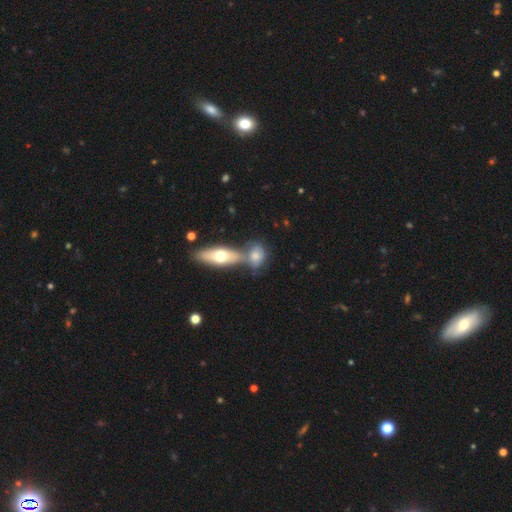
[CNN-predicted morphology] Smooth or featured: smooth — 67% (featured or disk — 25%)
How rounded: in between — 66% (round — 23%)
Merging: merger — 43% (none — 41%)